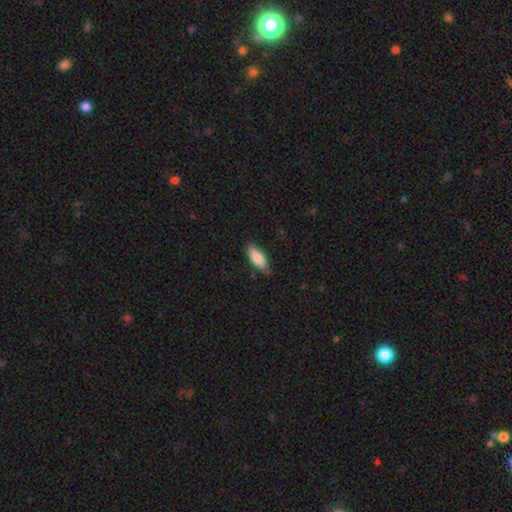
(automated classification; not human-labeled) smooth-or-featured: smooth: 82% | featured or disk: 12% | star or artifact: 6%
  how-rounded: in between: 71% | cigar-shaped: 27% | round: 2%
  merging: none: 76% | minor disturbance: 20% | major disturbance: 3% | merger: 1%